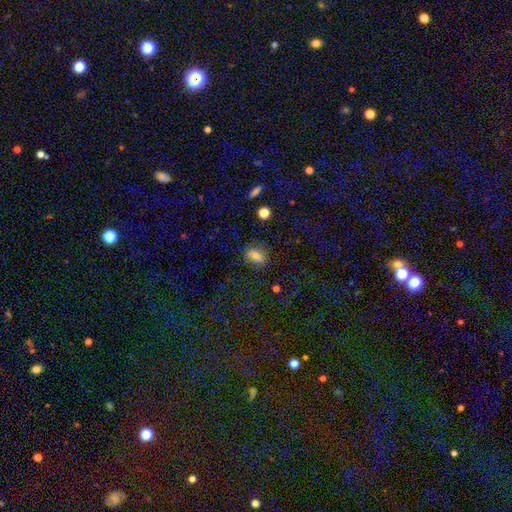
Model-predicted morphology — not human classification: A smooth galaxy with no disk features (70%) that is in between round and cigar-shaped (66%). Merging: none (76%).